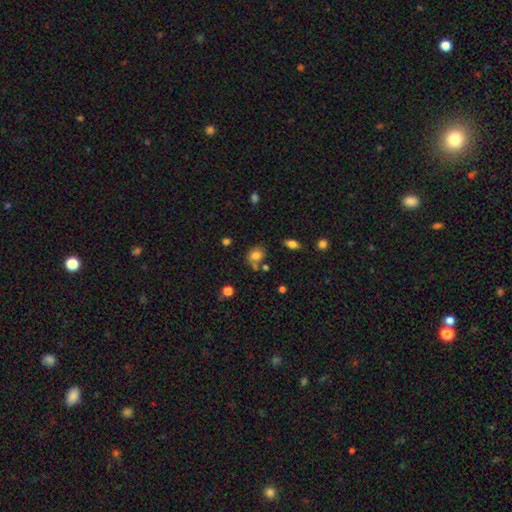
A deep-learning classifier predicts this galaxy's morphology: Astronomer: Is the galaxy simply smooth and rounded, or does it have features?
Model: smooth — 80%.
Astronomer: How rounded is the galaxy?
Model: in between — 50% (runner-up: round, 48%).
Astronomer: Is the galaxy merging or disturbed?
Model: none — 64%.